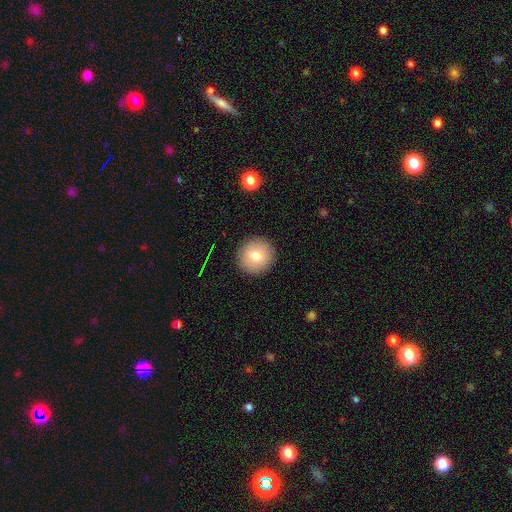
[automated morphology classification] This is likely a smooth galaxy (77%). How rounded: clearly round (94%). Merging: clearly none (92%).